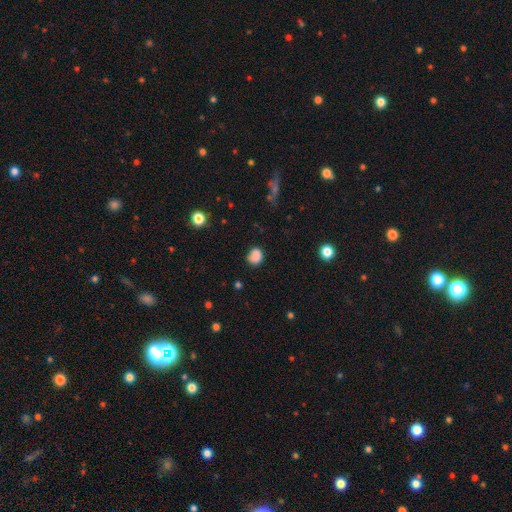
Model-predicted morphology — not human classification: Smooth or featured? Predicted: smooth (p=0.83). How rounded? Predicted: round (p=0.65). Merging? Predicted: none (p=0.67).